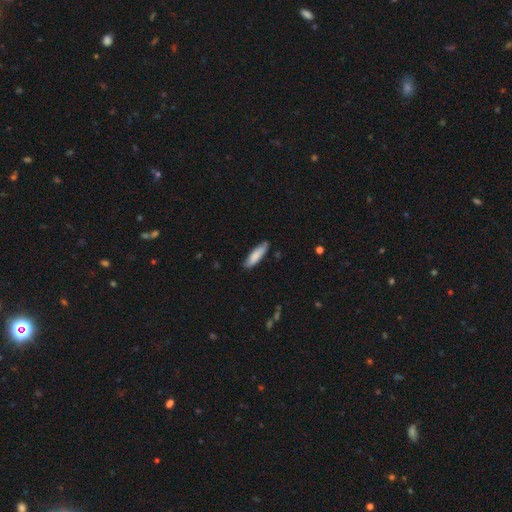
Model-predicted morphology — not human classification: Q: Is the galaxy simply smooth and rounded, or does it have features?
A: smooth — 82%.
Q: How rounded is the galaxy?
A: cigar-shaped — 65%.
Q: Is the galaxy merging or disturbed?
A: none — 80%.